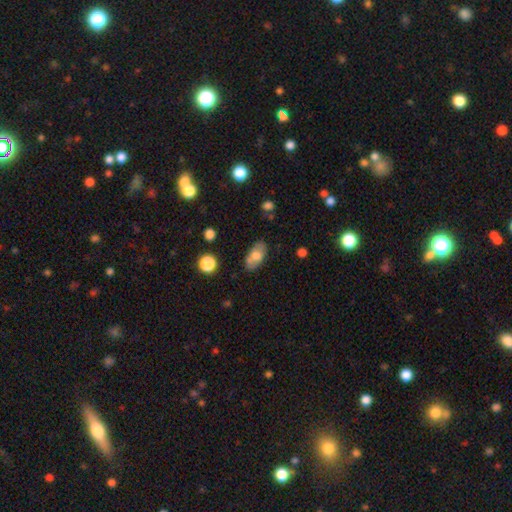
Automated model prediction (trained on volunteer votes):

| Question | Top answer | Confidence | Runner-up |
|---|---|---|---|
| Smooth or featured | smooth | 67% | featured or disk (25%) |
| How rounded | in between | 92% | round (6%) |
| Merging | none | 74% | minor disturbance (16%) |